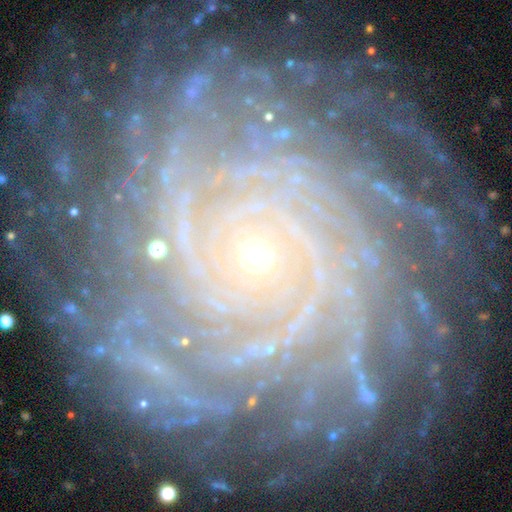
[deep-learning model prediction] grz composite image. It shows a featured or disk galaxy (90%) with no bar (77%), more than 4 (34%) tight (83%) spiral arms (98%) and a small central bulge (86%). Merging: none (78%).